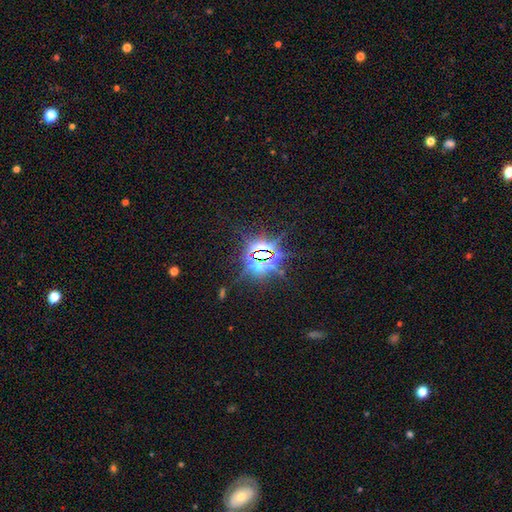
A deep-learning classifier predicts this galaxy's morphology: star or artifact 84%, smooth 9%, featured or disk 8%.